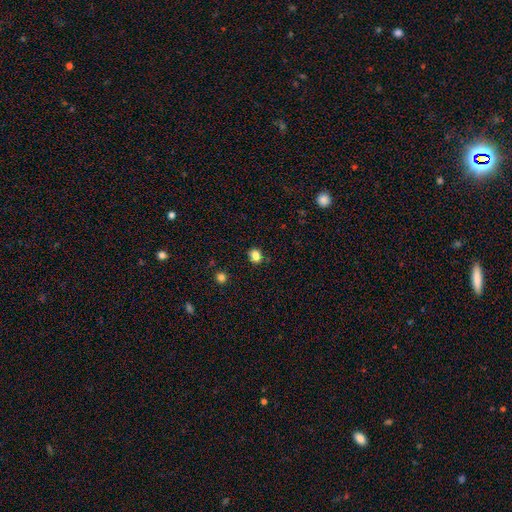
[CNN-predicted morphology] A smooth galaxy with no disk features (83%) that is round (56%).

Vote fractions:
- Smooth or featured? smooth: 83% / star or artifact: 12% / featured or disk: 5%
- How rounded? round: 56% / in between: 43% / cigar-shaped: 1%
- Merging? none: 83% / minor disturbance: 12% / major disturbance: 3% / merger: 2%